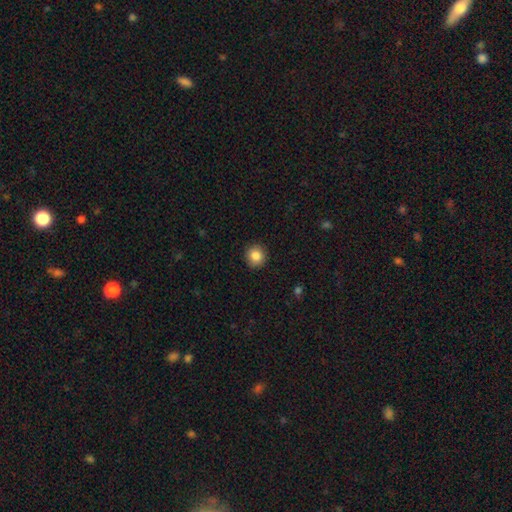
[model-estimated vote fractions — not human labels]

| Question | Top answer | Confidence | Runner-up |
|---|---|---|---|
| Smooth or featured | smooth | 85% | star or artifact (9%) |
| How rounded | round | 92% | in between (7%) |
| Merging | none | 91% | minor disturbance (6%) |